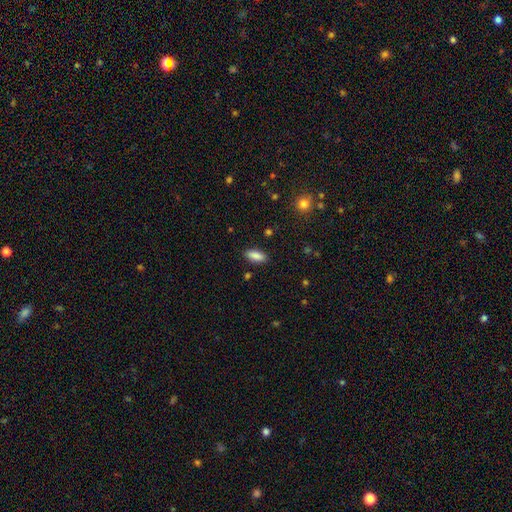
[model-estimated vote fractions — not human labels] Q: Smooth or featured?
A: smooth (87%); runner-up: star or artifact (7%)
Q: How rounded?
A: in between (80%); runner-up: cigar-shaped (17%)
Q: Merging?
A: none (88%); runner-up: minor disturbance (9%)